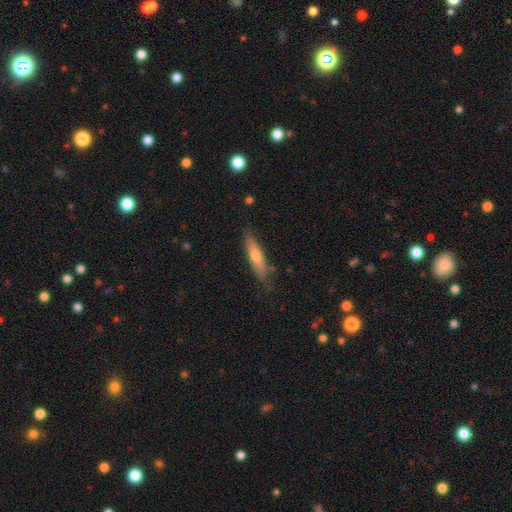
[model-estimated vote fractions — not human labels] A smooth galaxy with no disk features (56%) that is cigar-shaped (82%).

Vote fractions:
- Smooth or featured? smooth: 56% / featured or disk: 37% / star or artifact: 6%
- How rounded? cigar-shaped: 82% / in between: 16% / round: 2%
- Merging? none: 79% / minor disturbance: 16% / major disturbance: 3% / merger: 2%